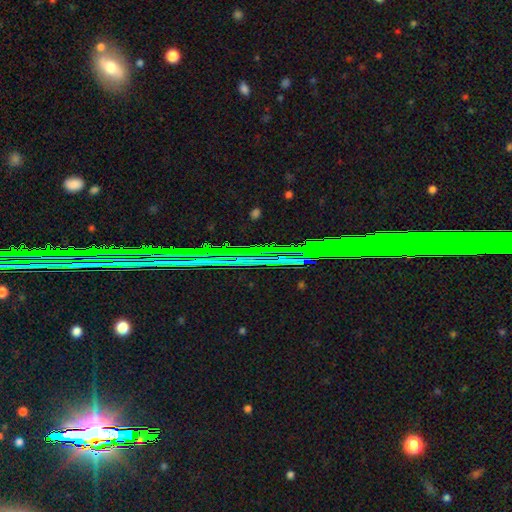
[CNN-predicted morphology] smooth-or-featured: star or artifact: 78% | featured or disk: 13% | smooth: 9%